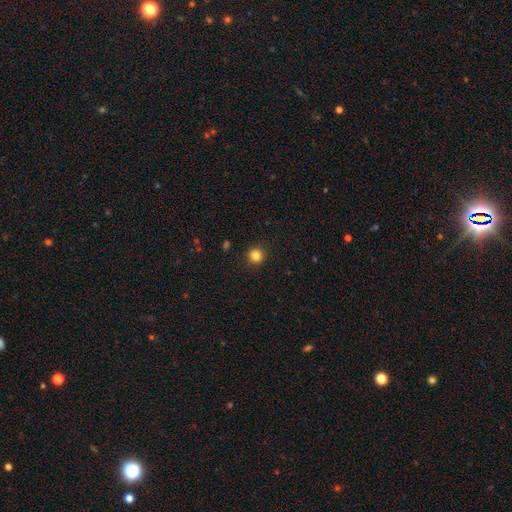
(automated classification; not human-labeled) smooth_or_featured: smooth (p=0.83) [alt: star or artifact p=0.12]
how_rounded: round (p=0.94) [alt: in between p=0.05]
merging: none (p=0.92) [alt: minor disturbance p=0.05]